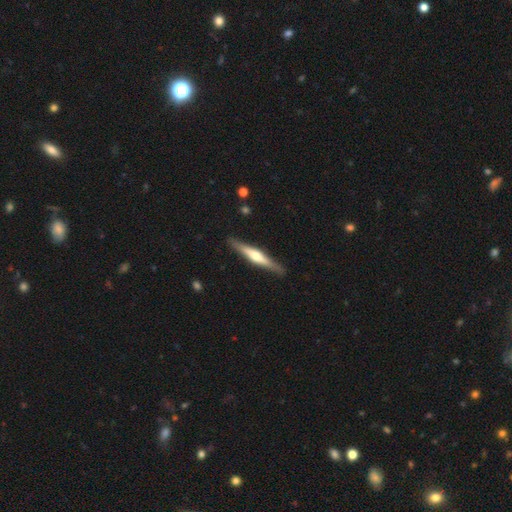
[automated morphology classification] smooth_or_featured: featured or disk (p=0.67) [alt: smooth p=0.28]
disk_edge_on: yes (p=0.97) [alt: no p=0.03]
edge_on_bulge: rounded (p=0.80) [alt: boxy p=0.12]
merging: none (p=0.89) [alt: minor disturbance p=0.08]